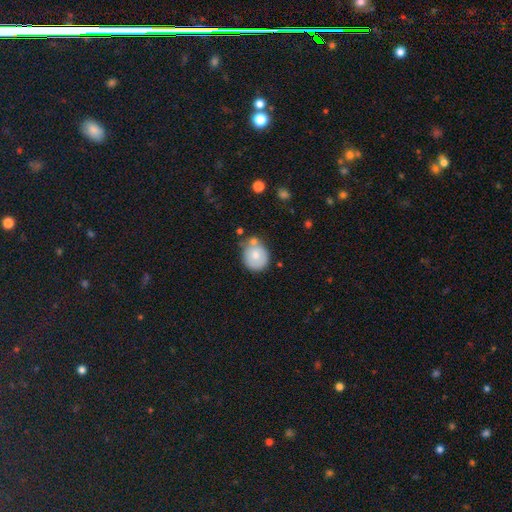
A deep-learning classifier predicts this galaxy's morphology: Smooth or featured? Predicted: smooth (p=0.74). How rounded? Predicted: round (p=0.76). Merging? Predicted: none (p=0.51).